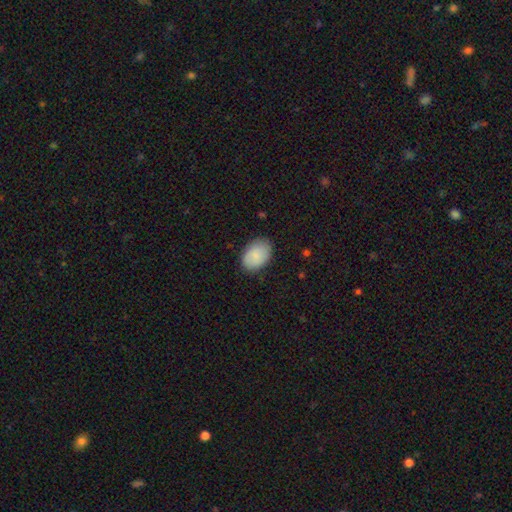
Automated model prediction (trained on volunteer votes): Smooth or featured? smooth (87%)
How rounded? in between (87%)
Merging? none (83%)